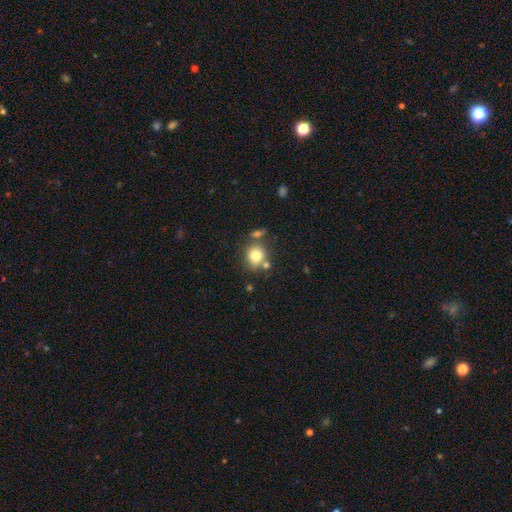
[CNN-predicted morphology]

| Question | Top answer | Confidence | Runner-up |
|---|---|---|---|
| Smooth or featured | smooth | 78% | featured or disk (11%) |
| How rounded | round | 80% | in between (19%) |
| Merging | none | 65% | merger (18%) |